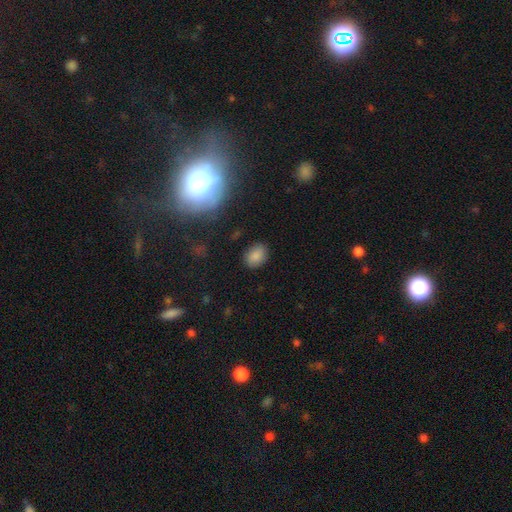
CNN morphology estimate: The model was most divided on "how rounded": in between: 69%, round: 29%, cigar-shaped: 1%. More confident: merging — none (86%); smooth or featured — smooth (84%).